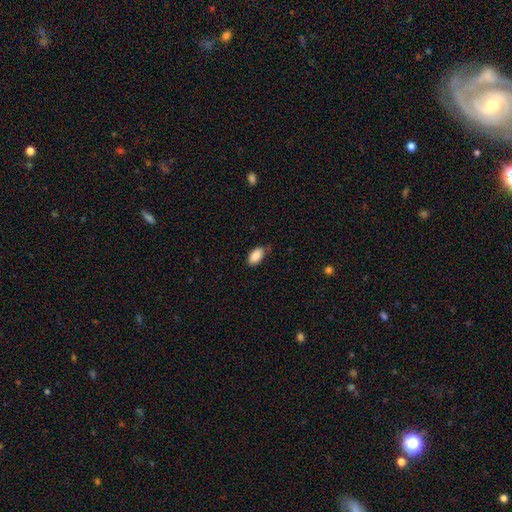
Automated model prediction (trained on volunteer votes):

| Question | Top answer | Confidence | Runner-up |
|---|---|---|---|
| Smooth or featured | smooth | 89% | star or artifact (7%) |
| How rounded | in between | 94% | round (3%) |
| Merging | none | 71% | minor disturbance (23%) |